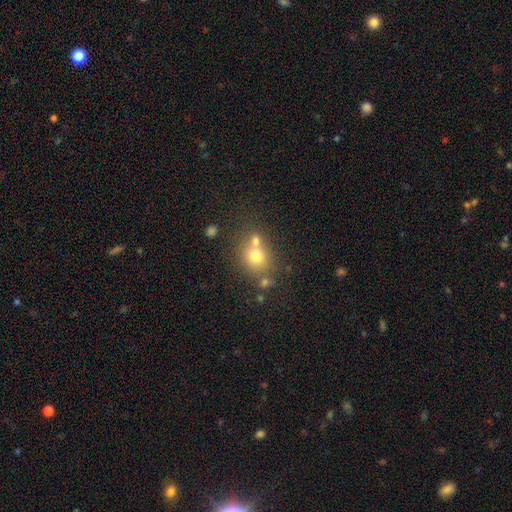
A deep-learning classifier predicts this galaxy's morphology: Smooth or featured? Predicted: smooth (p=0.70). How rounded? Predicted: round (p=0.75). Merging? Predicted: none (p=0.50).